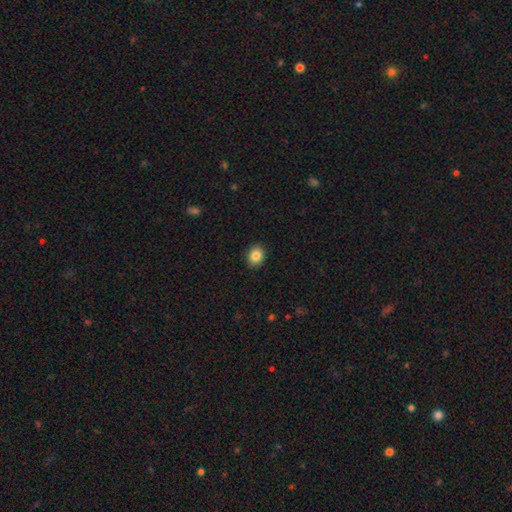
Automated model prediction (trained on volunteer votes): smooth-or-featured: smooth: 85% | star or artifact: 9% | featured or disk: 6%
  how-rounded: round: 59% | in between: 40% | cigar-shaped: 1%
  merging: none: 91% | minor disturbance: 7% | major disturbance: 2% | merger: 1%